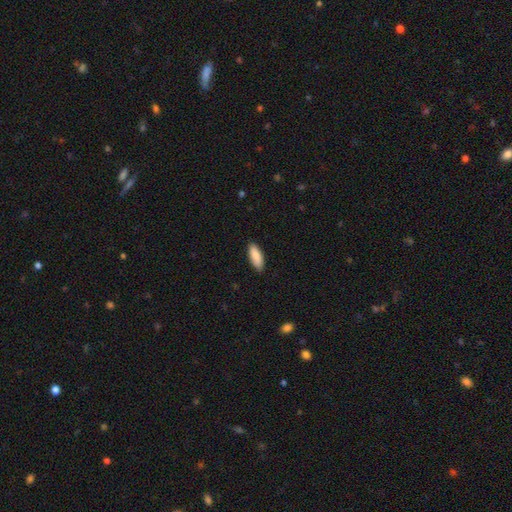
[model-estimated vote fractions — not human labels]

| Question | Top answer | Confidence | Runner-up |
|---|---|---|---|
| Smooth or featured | smooth | 88% | featured or disk (6%) |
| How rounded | in between | 67% | cigar-shaped (32%) |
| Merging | none | 87% | minor disturbance (10%) |